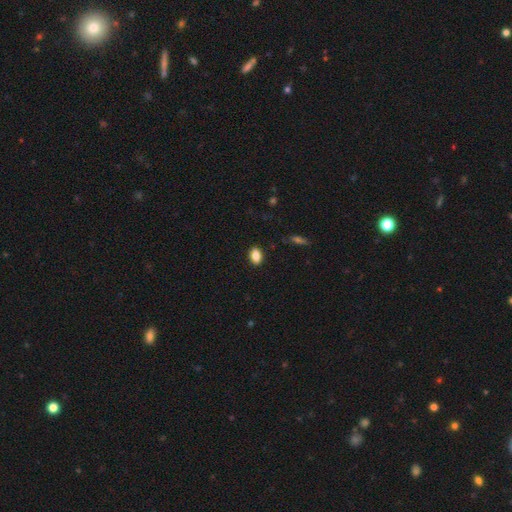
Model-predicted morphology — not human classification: Overall: smooth (86%). How rounded: in between (85%). Merging: none (88%).